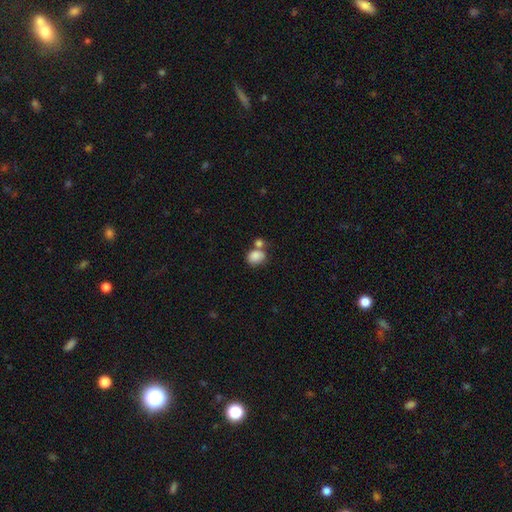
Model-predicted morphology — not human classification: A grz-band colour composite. It shows a smooth galaxy with no disk features (85%) that is round (51%). Merging: none (43%).